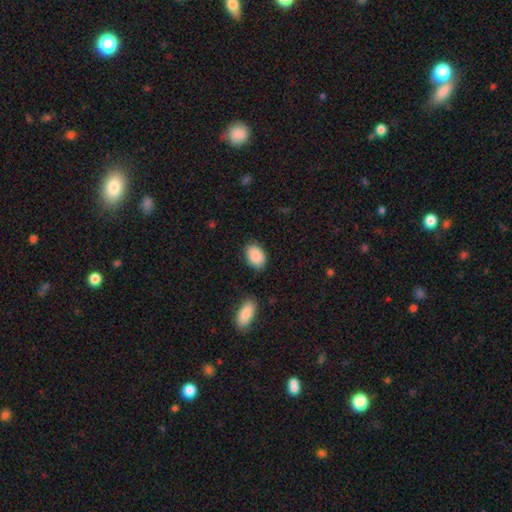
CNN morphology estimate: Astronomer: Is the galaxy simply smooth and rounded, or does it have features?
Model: smooth — 89%.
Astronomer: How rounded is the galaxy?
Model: in between — 85%.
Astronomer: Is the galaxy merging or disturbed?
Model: none — 79%.